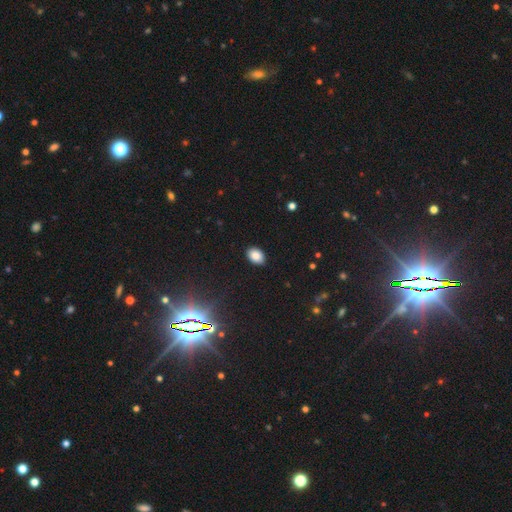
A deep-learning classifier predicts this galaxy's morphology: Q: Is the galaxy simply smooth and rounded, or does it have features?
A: smooth — 86%.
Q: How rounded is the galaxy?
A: in between — 81%.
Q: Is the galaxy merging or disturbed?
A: none — 88%.